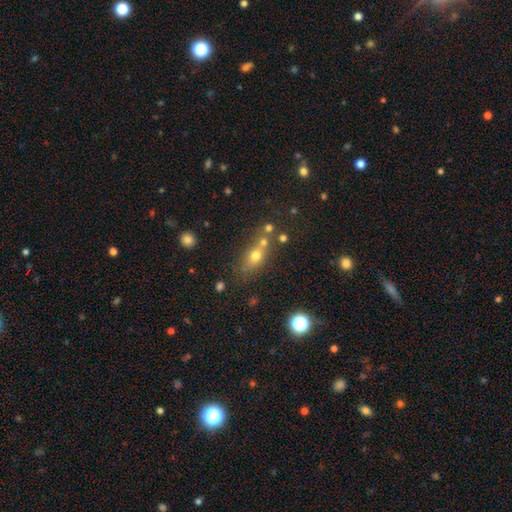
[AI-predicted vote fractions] Smooth or featured: smooth — 62% (featured or disk — 20%)
How rounded: in between — 54% (round — 32%)
Merging: none — 54% (merger — 26%)